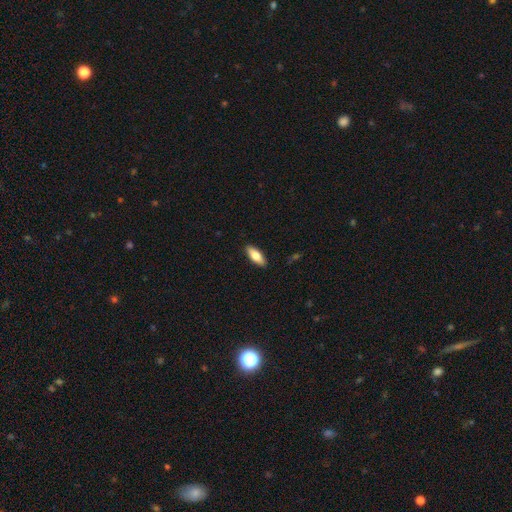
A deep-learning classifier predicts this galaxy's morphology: Q: Smooth or featured?
A: smooth (75%); runner-up: featured or disk (19%)
Q: How rounded?
A: in between (74%); runner-up: cigar-shaped (24%)
Q: Merging?
A: none (90%); runner-up: minor disturbance (8%)